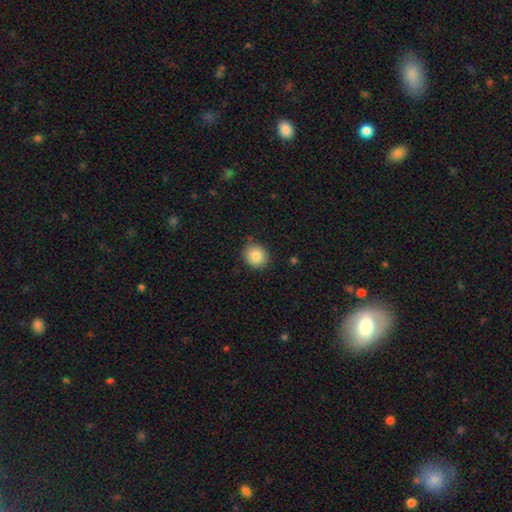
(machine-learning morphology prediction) This is clearly a smooth galaxy (86%). How rounded: likely round (78%). Merging: clearly none (86%).